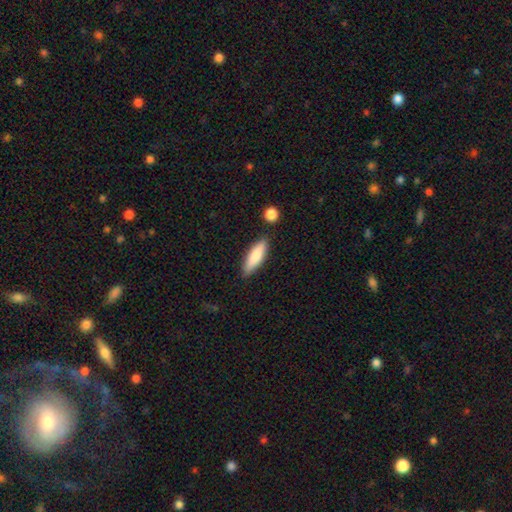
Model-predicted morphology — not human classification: The model was most divided on "how rounded": cigar-shaped: 57%, in between: 41%, round: 2%. More confident: merging — none (83%); smooth or featured — smooth (80%).